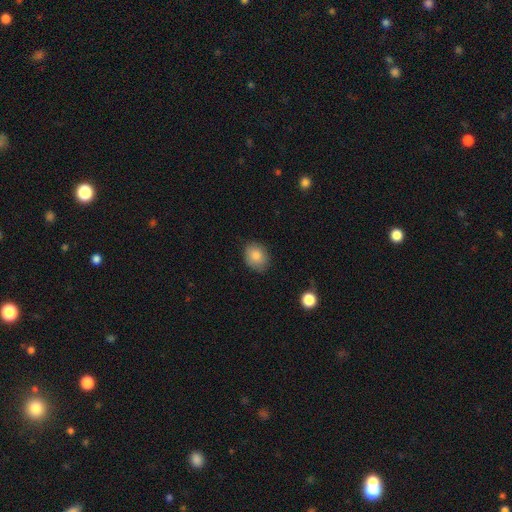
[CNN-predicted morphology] smooth 84%, star or artifact 8%, featured or disk 8%. Down the decision tree: how rounded — in between (52%); merging — none (80%).